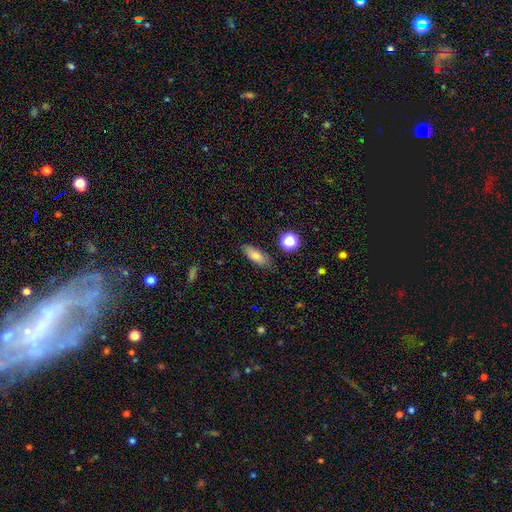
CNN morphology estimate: A smooth galaxy with no disk features (75%) that is in between round and cigar-shaped (72%). Merging: none (81%).